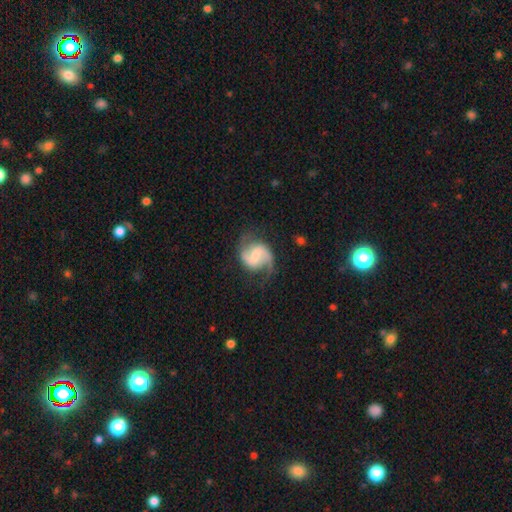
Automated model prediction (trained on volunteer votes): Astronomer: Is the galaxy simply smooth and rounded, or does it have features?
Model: featured or disk — 86%.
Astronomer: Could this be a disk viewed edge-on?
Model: no — 98%.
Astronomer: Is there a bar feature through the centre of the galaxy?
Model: weak — 52% (runner-up: strong, 28%).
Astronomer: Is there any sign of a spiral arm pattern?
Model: yes — 97%.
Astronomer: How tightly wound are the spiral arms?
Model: medium — 50% (runner-up: loose, 37%).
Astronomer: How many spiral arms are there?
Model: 2 — 91%.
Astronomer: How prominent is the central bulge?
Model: small — 41% (runner-up: moderate, 33%).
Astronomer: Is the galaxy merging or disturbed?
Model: none — 70%.